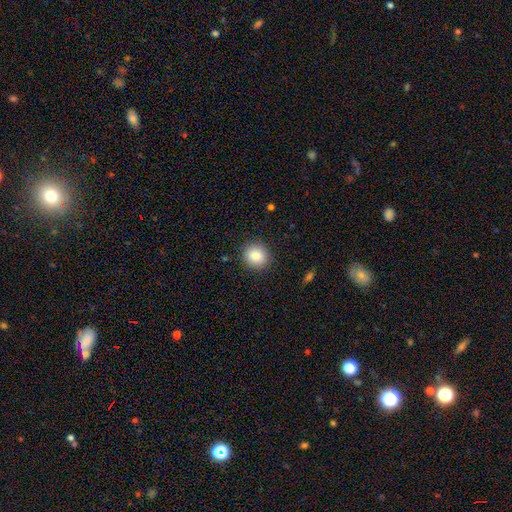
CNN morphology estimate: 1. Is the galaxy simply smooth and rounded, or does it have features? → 85% smooth, 9% star or artifact, 6% featured or disk.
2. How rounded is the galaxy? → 80% round, 19% in between, 1% cigar-shaped.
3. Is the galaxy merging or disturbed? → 88% none, 8% minor disturbance, 2% major disturbance, 1% merger.